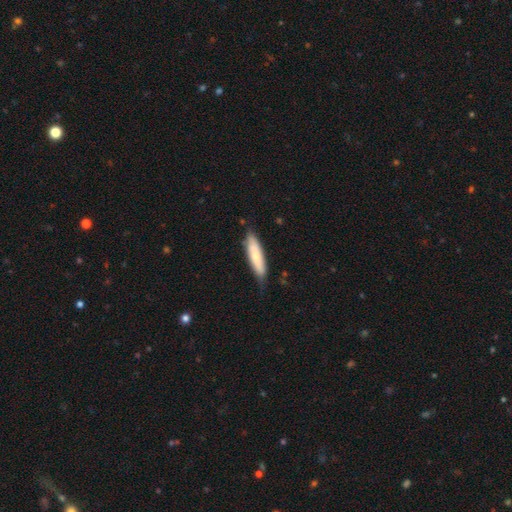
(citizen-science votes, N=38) A smooth galaxy with no disk features (68%) that is cigar-shaped (69%). Merging: none (57%).